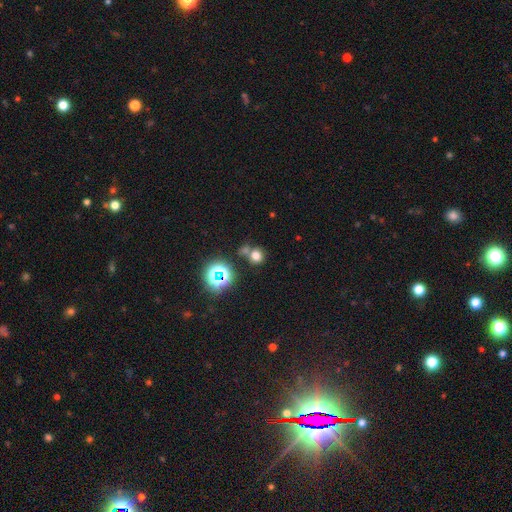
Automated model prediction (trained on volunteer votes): smooth 67%, star or artifact 25%, featured or disk 8%. Down the decision tree: how rounded — round (84%); merging — none (60%).